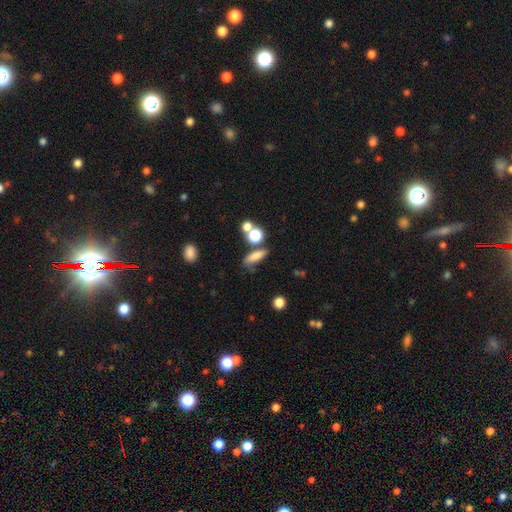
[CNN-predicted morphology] A smooth galaxy with no disk features (73%) that is in between round and cigar-shaped (45%).

Vote fractions:
- Smooth or featured? smooth: 73% / featured or disk: 14% / star or artifact: 13%
- How rounded? in between: 45% / cigar-shaped: 41% / round: 13%
- Merging? none: 55% / merger: 18% / minor disturbance: 18% / major disturbance: 8%